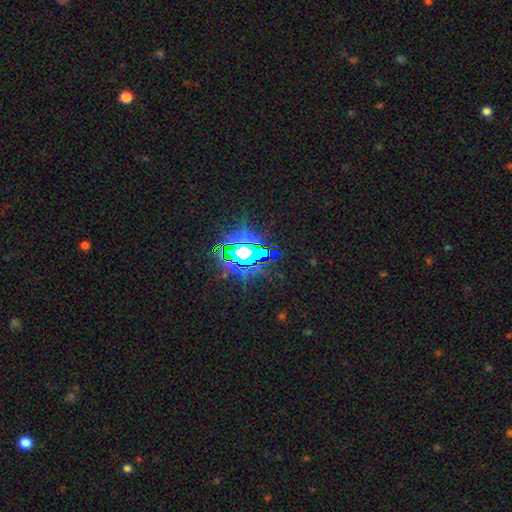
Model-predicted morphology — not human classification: A star or artifact, not a galaxy (76%).